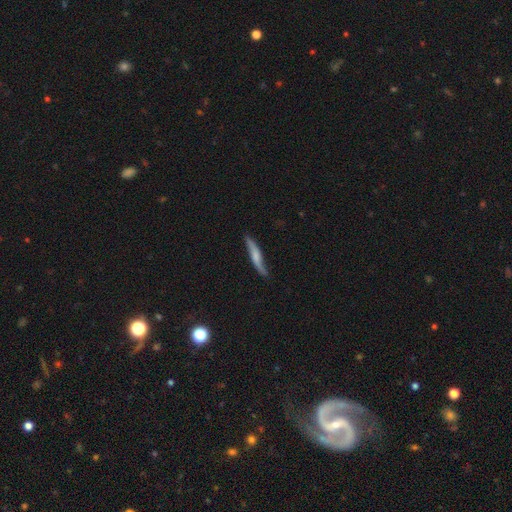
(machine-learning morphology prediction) Smooth or featured?
  - featured or disk: 53% *
  - smooth: 42%
  - star or artifact: 6%
Edge-on disk?
  - yes: 59% *
  - no: 41%
Merging?
  - none: 71% *
  - minor disturbance: 22%
  - major disturbance: 5%
  - merger: 2%